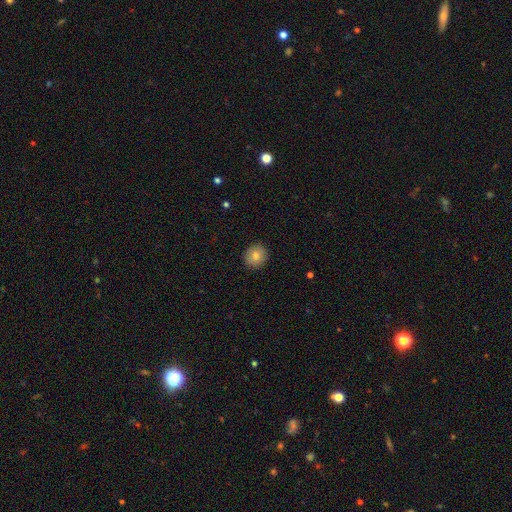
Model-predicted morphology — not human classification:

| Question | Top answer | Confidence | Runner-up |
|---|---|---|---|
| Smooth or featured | smooth | 79% | featured or disk (12%) |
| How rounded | round | 85% | in between (14%) |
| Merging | none | 90% | minor disturbance (7%) |